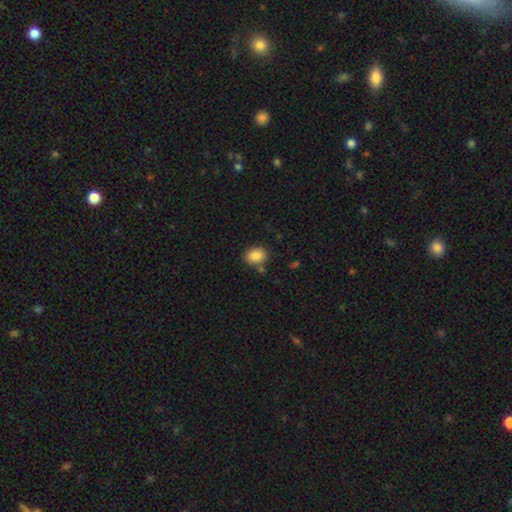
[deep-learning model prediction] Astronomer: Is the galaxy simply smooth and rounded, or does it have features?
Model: smooth — 86%.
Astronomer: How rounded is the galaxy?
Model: in between — 66%.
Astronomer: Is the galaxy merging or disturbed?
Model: none — 77%.